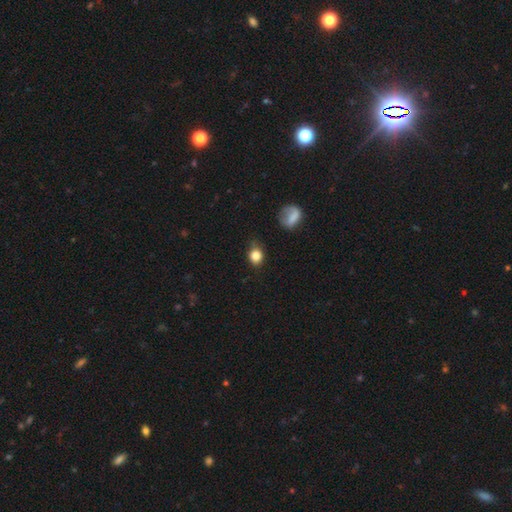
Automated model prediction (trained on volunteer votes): smooth-or-featured: smooth: 83% | star or artifact: 11% | featured or disk: 6%
  how-rounded: round: 64% | in between: 35% | cigar-shaped: 2%
  merging: none: 66% | minor disturbance: 25% | major disturbance: 7% | merger: 3%